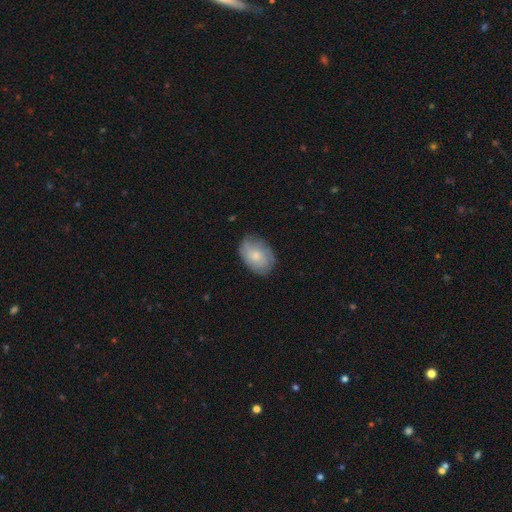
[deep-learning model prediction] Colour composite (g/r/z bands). It shows a smooth galaxy with no disk features (63%) that is in between round and cigar-shaped (83%). Merging: none (74%).